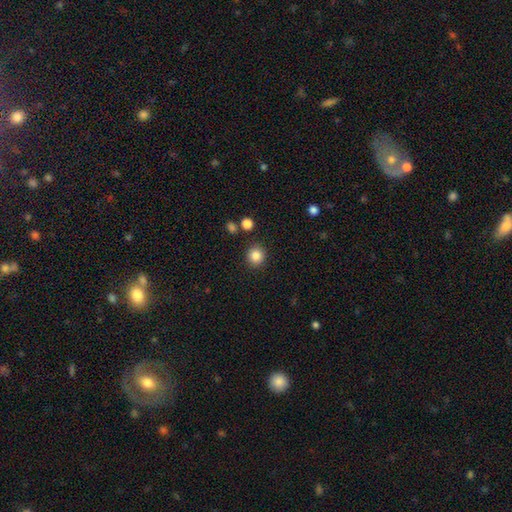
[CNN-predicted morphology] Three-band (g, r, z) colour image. It shows a smooth galaxy with no disk features (85%) that is round (90%). Merging: none (88%).